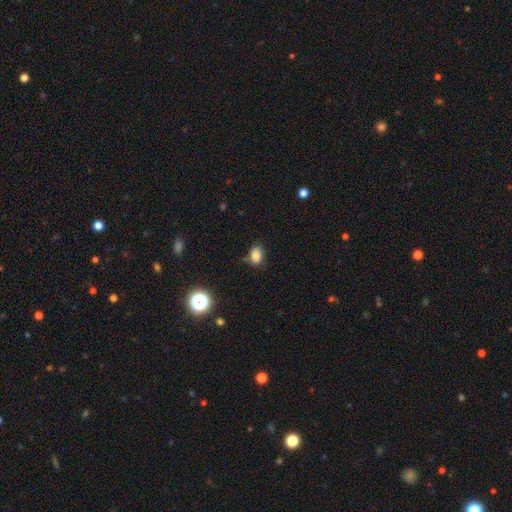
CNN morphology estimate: type=smooth (82%); roundness=in between (75%); merging=none (71%).